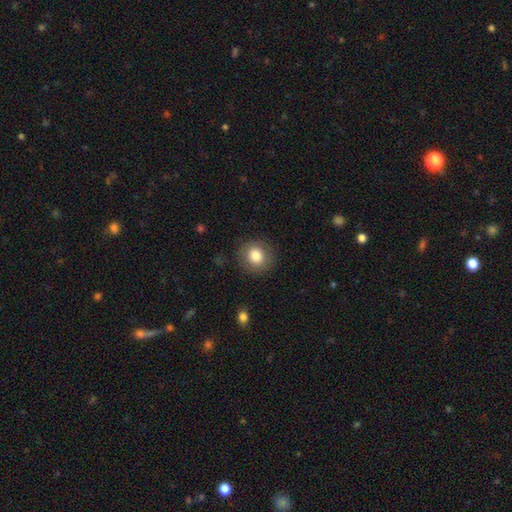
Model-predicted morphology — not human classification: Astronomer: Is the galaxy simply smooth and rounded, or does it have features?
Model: smooth — 82%.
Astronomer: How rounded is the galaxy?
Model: round — 86%.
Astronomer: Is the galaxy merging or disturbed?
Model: none — 87%.